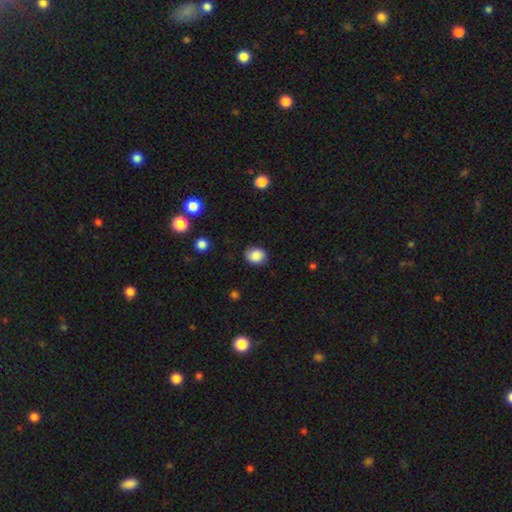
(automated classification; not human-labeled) Smooth or featured?
  - smooth: 86% *
  - star or artifact: 9%
  - featured or disk: 5%
How rounded?
  - round: 60% *
  - in between: 39%
  - cigar-shaped: 1%
Merging?
  - none: 83% *
  - minor disturbance: 13%
  - major disturbance: 3%
  - merger: 1%